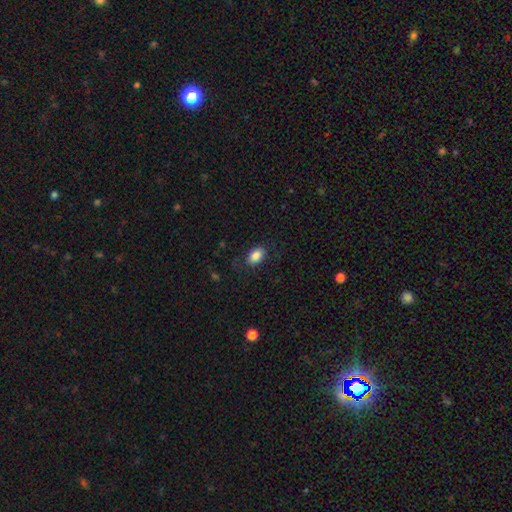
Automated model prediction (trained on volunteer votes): Smooth or featured?
  - smooth: 85% *
  - star or artifact: 8%
  - featured or disk: 7%
How rounded?
  - in between: 88% *
  - round: 10%
  - cigar-shaped: 1%
Merging?
  - none: 81% *
  - minor disturbance: 13%
  - major disturbance: 5%
  - merger: 1%